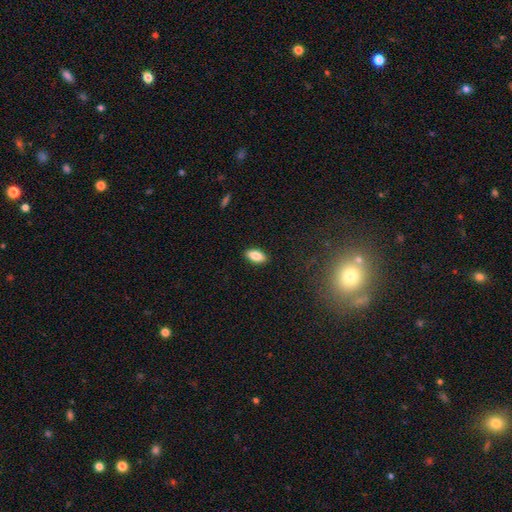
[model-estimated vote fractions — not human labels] Smooth or featured: smooth — 84% (featured or disk — 9%)
How rounded: in between — 88% (cigar-shaped — 9%)
Merging: none — 89% (minor disturbance — 8%)